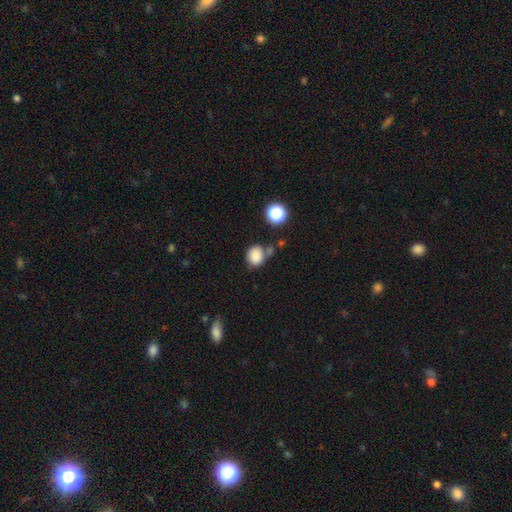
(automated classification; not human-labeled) smooth_or_featured: smooth (p=0.85) [alt: star or artifact p=0.10]
how_rounded: round (p=0.68) [alt: in between p=0.31]
merging: none (p=0.62) [alt: minor disturbance p=0.18]